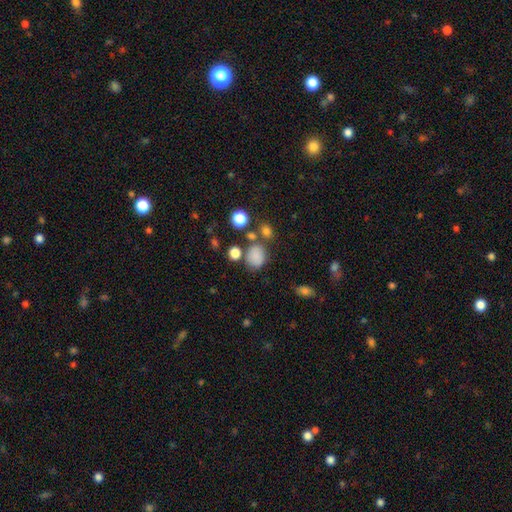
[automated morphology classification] smooth 80%, star or artifact 14%, featured or disk 6%. Down the decision tree: how rounded — round (56%); merging — none (65%).